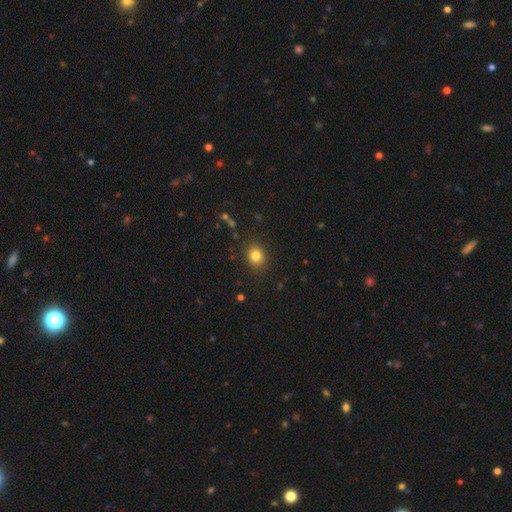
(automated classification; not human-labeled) Smooth or featured?
  - smooth: 82% *
  - star or artifact: 12%
  - featured or disk: 6%
How rounded?
  - round: 62% *
  - in between: 37%
  - cigar-shaped: 1%
Merging?
  - none: 88% *
  - minor disturbance: 8%
  - major disturbance: 3%
  - merger: 1%